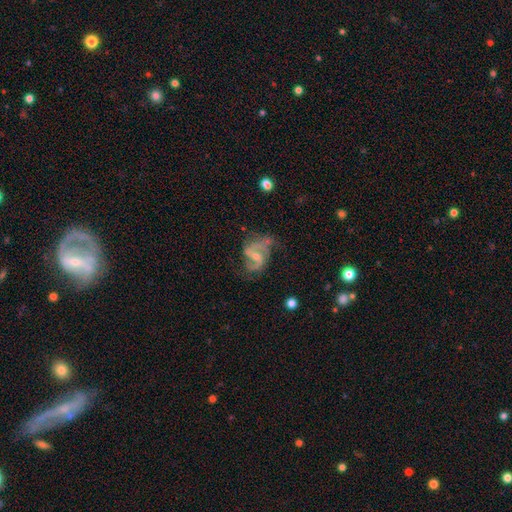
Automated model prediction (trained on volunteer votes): smooth_or_featured: featured or disk (p=0.87) [alt: smooth p=0.08]
disk_edge_on: no (p=0.98) [alt: yes p=0.02]
bar: weak (p=0.50) [alt: no p=0.27]
has_spiral_arms: yes (p=0.95) [alt: no p=0.05]
spiral_winding: medium (p=0.46) [alt: loose p=0.43]
spiral_arm_count: 2 (p=0.88) [alt: can't tell p=0.04]
bulge_size: small (p=0.52) [alt: moderate p=0.41]
merging: none (p=0.52) [alt: minor disturbance p=0.25]